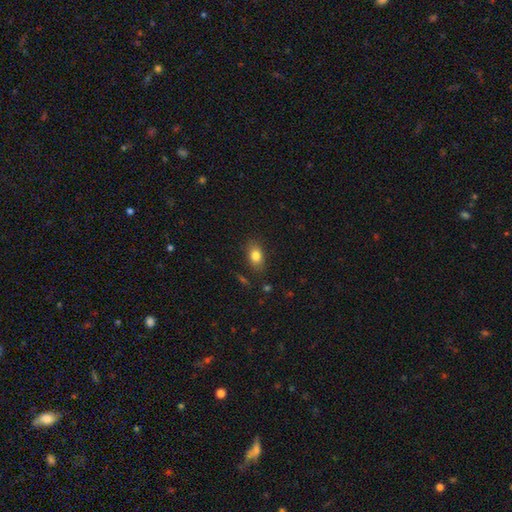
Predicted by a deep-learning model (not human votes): Smooth or featured? smooth (81%)
How rounded? in between (83%)
Merging? none (82%)